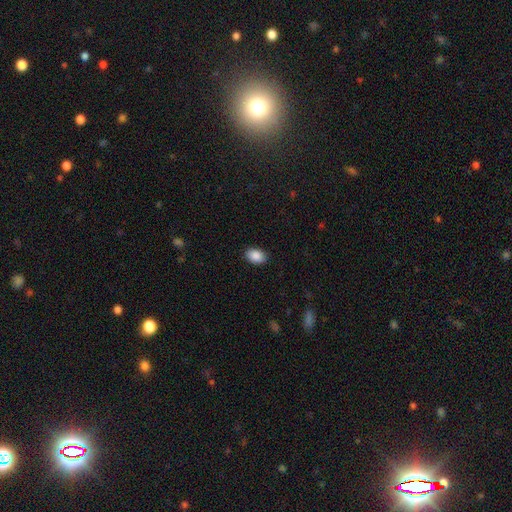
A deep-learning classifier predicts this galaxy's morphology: smooth 89%, star or artifact 7%, featured or disk 3%. Down the decision tree: how rounded — in between (83%); merging — none (89%).